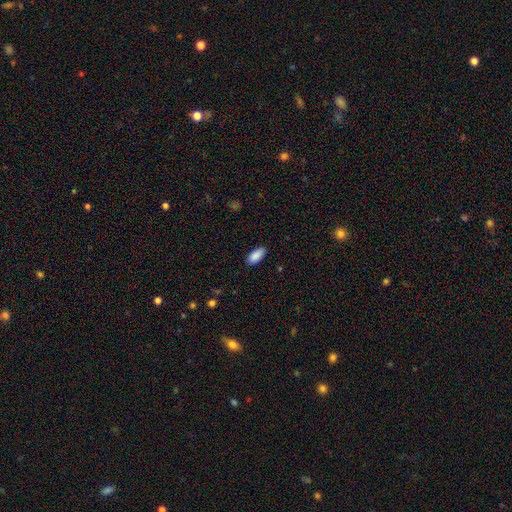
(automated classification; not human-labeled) This appears to be a smooth galaxy with no disk features (90%) that is in between round and cigar-shaped (90%). Merging: none (88%).